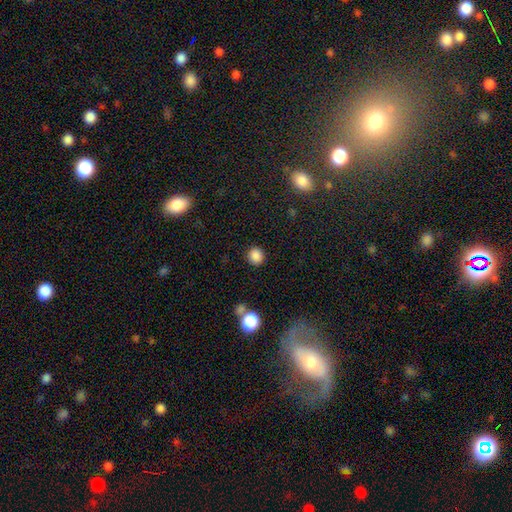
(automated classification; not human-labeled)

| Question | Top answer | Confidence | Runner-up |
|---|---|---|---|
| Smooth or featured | smooth | 86% | star or artifact (10%) |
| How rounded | round | 88% | in between (11%) |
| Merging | none | 89% | minor disturbance (6%) |